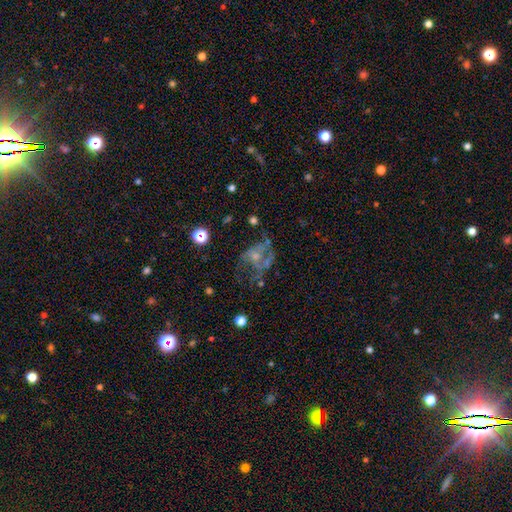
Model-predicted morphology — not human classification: The model was most divided on "merging": none: 38%, major disturbance: 36%, minor disturbance: 19%, merger: 6%. More confident: edge-on disk — no (97%); bar — no (80%); smooth or featured — featured or disk (59%); spiral arms — no (53%); bulge size — small (50%).